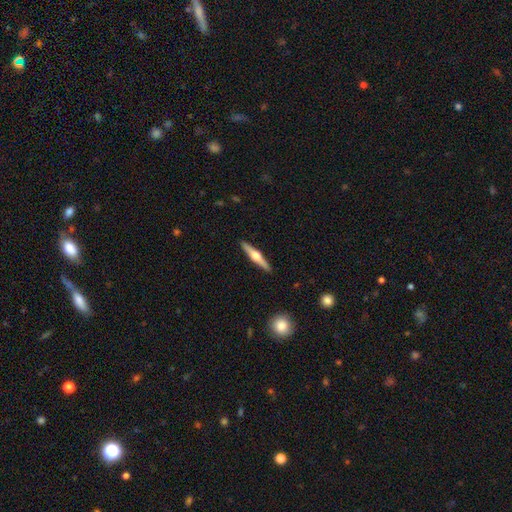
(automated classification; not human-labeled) Smooth or featured: featured or disk — 70% (smooth — 25%)
Edge-on disk: yes — 98% (no — 2%)
Edge-on bulge: rounded — 94% (boxy — 3%)
Merging: none — 92% (minor disturbance — 6%)